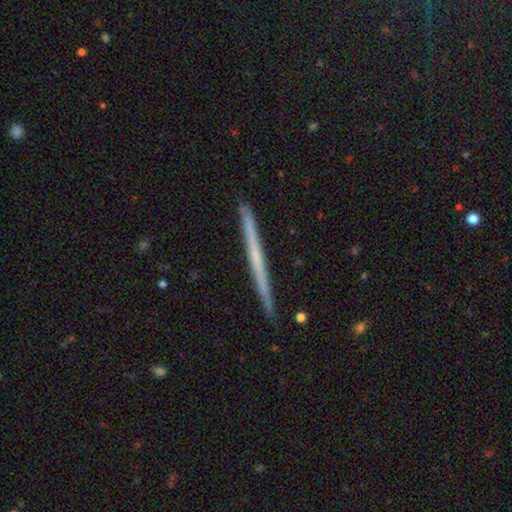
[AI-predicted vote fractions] featured or disk 56%, smooth 38%, star or artifact 6%. Down the decision tree: edge-on disk — yes (98%); edge-on bulge — none (87%); merging — none (92%).